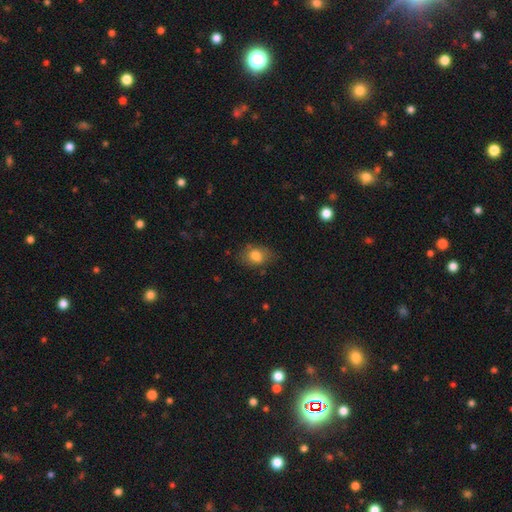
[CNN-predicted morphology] smooth-or-featured: smooth: 78% | featured or disk: 13% | star or artifact: 9%
  how-rounded: in between: 73% | round: 25% | cigar-shaped: 1%
  merging: none: 67% | minor disturbance: 24% | major disturbance: 8% | merger: 2%